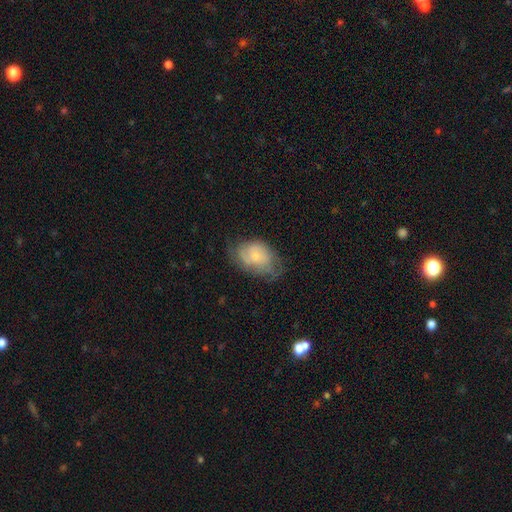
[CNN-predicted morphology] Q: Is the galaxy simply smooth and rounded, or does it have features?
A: smooth — 53%.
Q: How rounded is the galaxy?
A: in between — 81%.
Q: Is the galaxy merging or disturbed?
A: none — 51%.